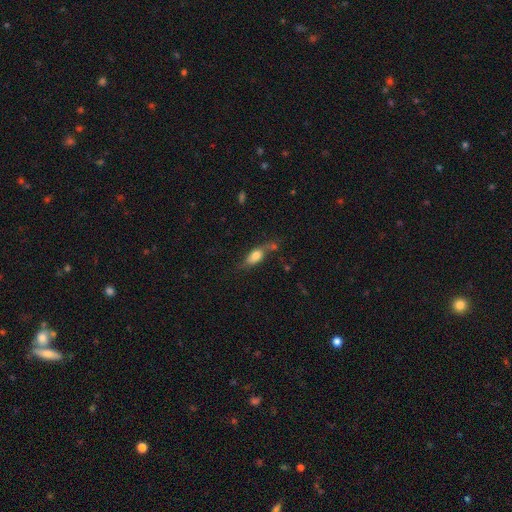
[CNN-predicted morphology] type=smooth (69%); roundness=in between (76%); merging=none (49%).